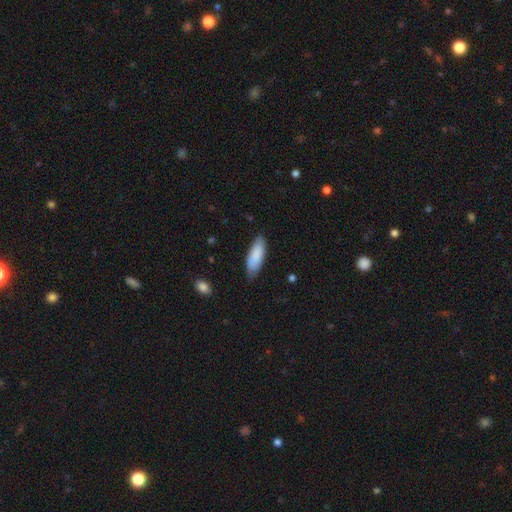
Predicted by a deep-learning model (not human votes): Q: Smooth or featured?
A: smooth (87%); runner-up: featured or disk (8%)
Q: How rounded?
A: in between (69%); runner-up: cigar-shaped (30%)
Q: Merging?
A: none (79%); runner-up: minor disturbance (18%)